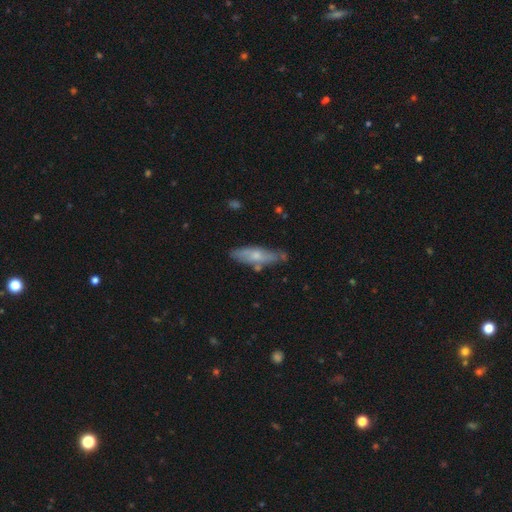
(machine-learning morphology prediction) Smooth or featured?
  - smooth: 53% *
  - featured or disk: 41%
  - star or artifact: 6%
How rounded?
  - cigar-shaped: 57% *
  - in between: 41%
  - round: 2%
Merging?
  - none: 66% *
  - minor disturbance: 24%
  - merger: 5%
  - major disturbance: 5%